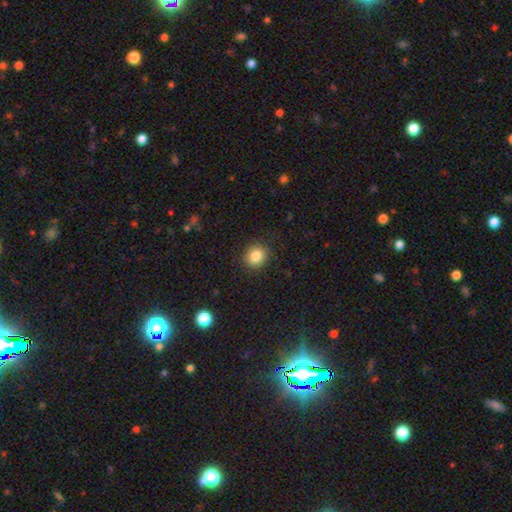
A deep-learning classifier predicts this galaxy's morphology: A smooth galaxy with no disk features (84%) that is round (81%).

Vote fractions:
- Smooth or featured? smooth: 84% / star or artifact: 10% / featured or disk: 6%
- How rounded? round: 81% / in between: 18% / cigar-shaped: 1%
- Merging? none: 90% / minor disturbance: 7% / major disturbance: 2% / merger: 1%